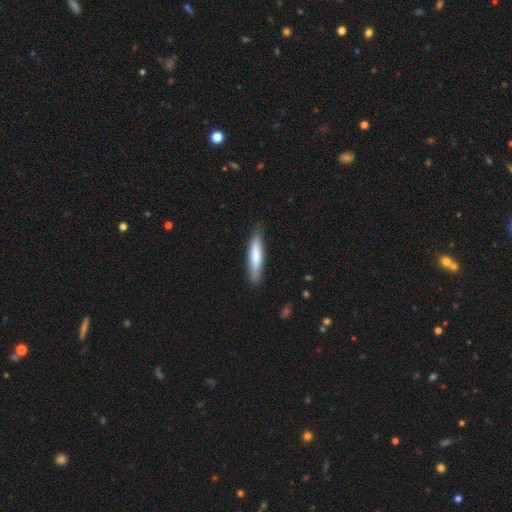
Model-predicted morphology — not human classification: smooth-or-featured: smooth: 74% | featured or disk: 21% | star or artifact: 5%
  how-rounded: cigar-shaped: 86% | in between: 13% | round: 1%
  merging: none: 83% | minor disturbance: 14% | major disturbance: 2% | merger: 1%